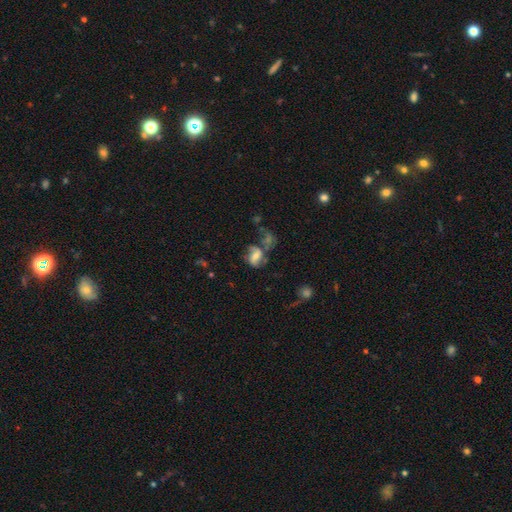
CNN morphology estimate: Overall: featured or disk (48%; smooth 40%). Merging: none (31%; merger 29%).